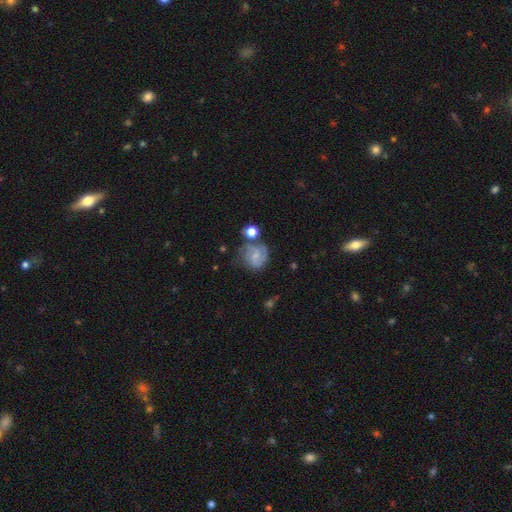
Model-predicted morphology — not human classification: This appears to be a featured or disk galaxy (59%) with a weak bar (46%), spiral arms (86%) and a small central bulge (54%). Merging: none (53%).